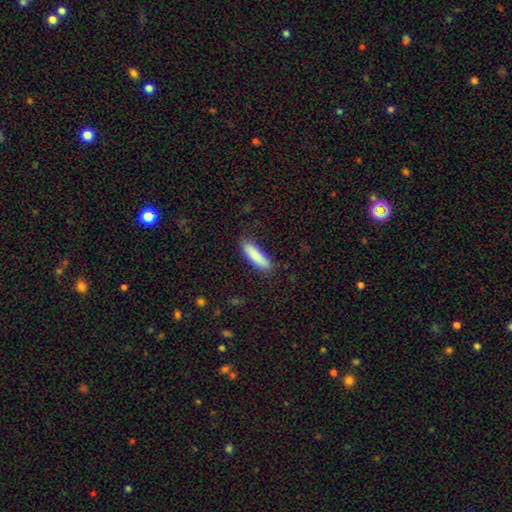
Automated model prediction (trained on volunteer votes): Smooth or featured: smooth — 86% (featured or disk — 9%)
How rounded: cigar-shaped — 66% (in between — 33%)
Merging: none — 82% (minor disturbance — 13%)